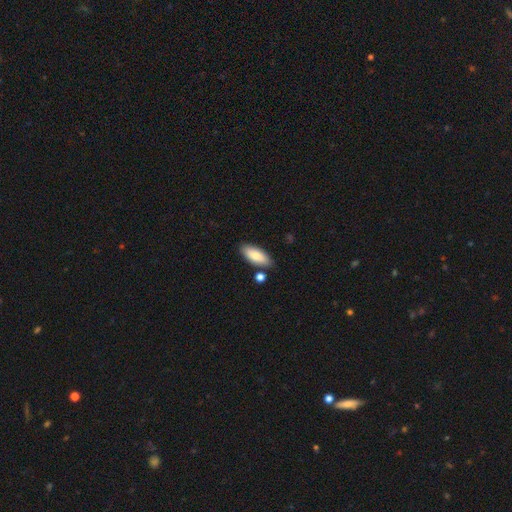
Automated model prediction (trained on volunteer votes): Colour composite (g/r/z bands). It shows a smooth galaxy with no disk features (81%) that is in between round and cigar-shaped (80%). Merging: none (80%).